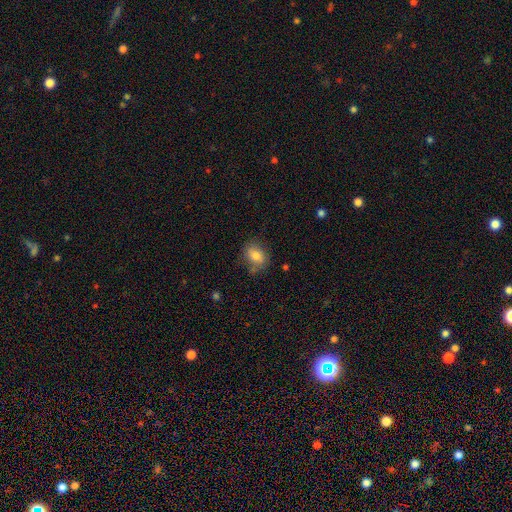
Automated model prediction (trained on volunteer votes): Smooth or featured? smooth (80%)
How rounded? in between (63%)
Merging? none (72%)